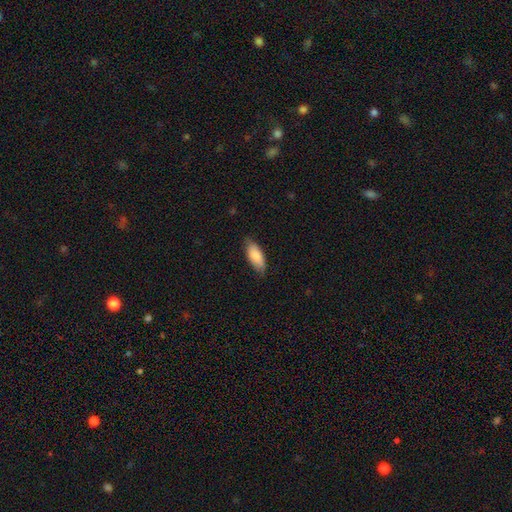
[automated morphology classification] smooth-or-featured: smooth: 85% | featured or disk: 9% | star or artifact: 6%
  how-rounded: in between: 83% | cigar-shaped: 15% | round: 2%
  merging: none: 77% | minor disturbance: 19% | major disturbance: 3% | merger: 1%